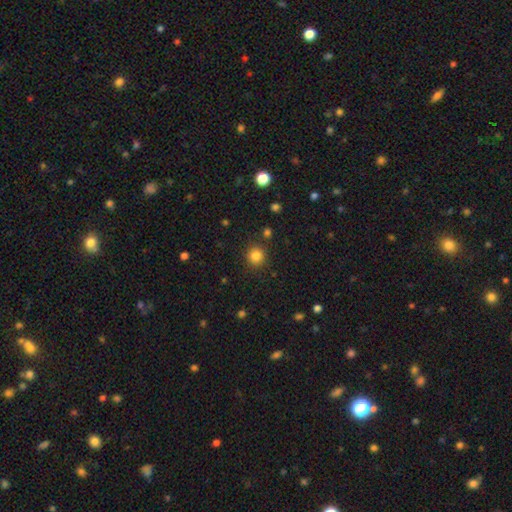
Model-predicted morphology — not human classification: Smooth or featured: smooth — 83% (star or artifact — 13%)
How rounded: round — 93% (in between — 6%)
Merging: none — 89% (minor disturbance — 6%)